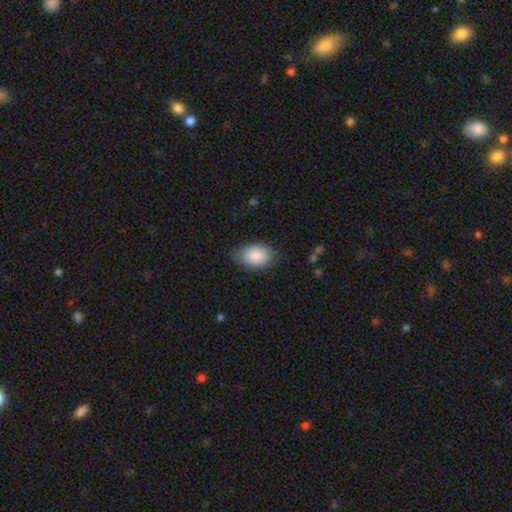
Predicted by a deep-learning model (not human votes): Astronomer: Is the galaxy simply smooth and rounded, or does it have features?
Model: smooth — 88%.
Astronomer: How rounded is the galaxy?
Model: in between — 87%.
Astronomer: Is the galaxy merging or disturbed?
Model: none — 79%.